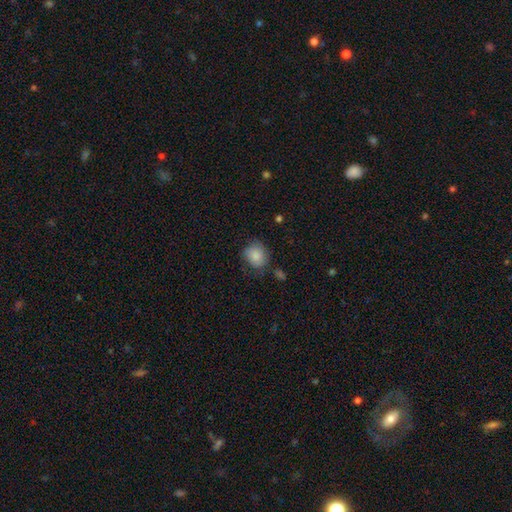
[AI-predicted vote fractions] Morphology: type=smooth (82%); roundness=round (68%); merging=none (64%).